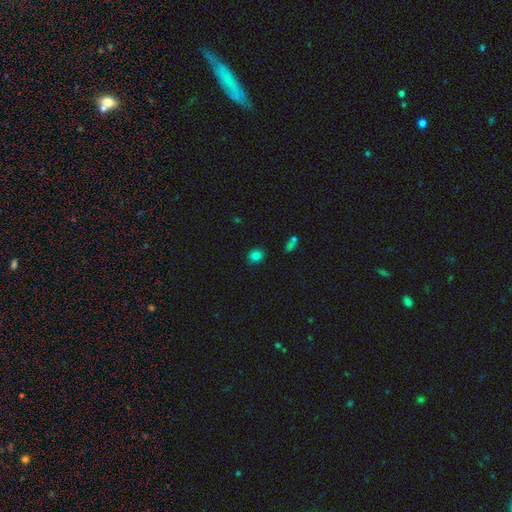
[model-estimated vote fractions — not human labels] A smooth galaxy with no disk features (80%) that is round (70%).

Vote fractions:
- Smooth or featured? smooth: 80% / star or artifact: 13% / featured or disk: 6%
- How rounded? round: 70% / in between: 29% / cigar-shaped: 1%
- Merging? none: 86% / minor disturbance: 9% / major disturbance: 2% / merger: 2%